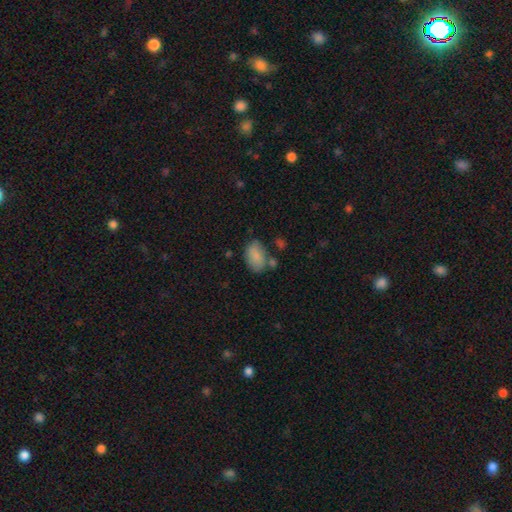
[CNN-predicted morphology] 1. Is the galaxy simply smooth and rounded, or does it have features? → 83% smooth, 9% featured or disk, 8% star or artifact.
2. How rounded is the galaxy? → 88% in between, 10% round, 1% cigar-shaped.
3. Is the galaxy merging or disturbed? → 58% none, 23% minor disturbance, 12% merger, 8% major disturbance.